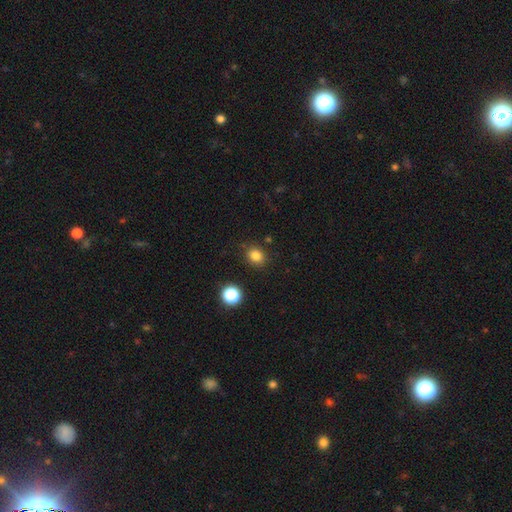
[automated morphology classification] Smooth or featured: smooth — 82% (star or artifact — 13%)
How rounded: round — 66% (in between — 33%)
Merging: none — 83% (minor disturbance — 11%)